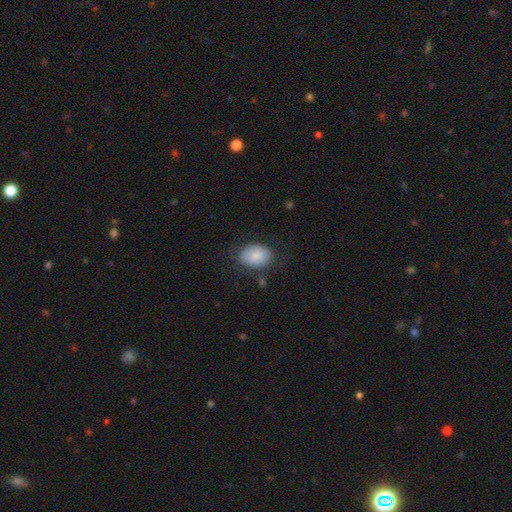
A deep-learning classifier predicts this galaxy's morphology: smooth-or-featured: smooth: 85% | featured or disk: 8% | star or artifact: 7%
  how-rounded: in between: 78% | round: 21% | cigar-shaped: 1%
  merging: none: 73% | minor disturbance: 18% | major disturbance: 6% | merger: 2%